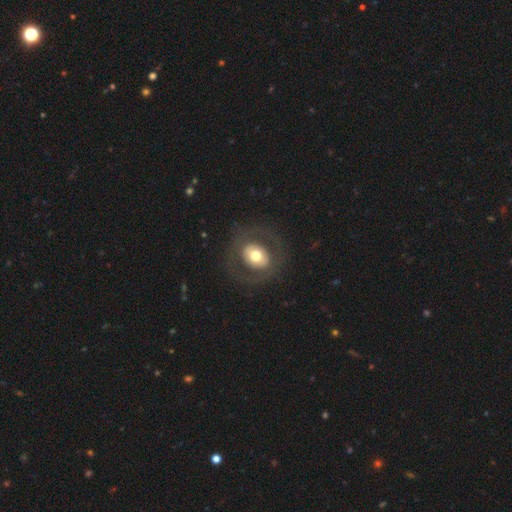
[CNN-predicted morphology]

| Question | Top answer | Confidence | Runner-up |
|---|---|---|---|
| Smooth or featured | smooth | 53% | featured or disk (40%) |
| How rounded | round | 69% | in between (30%) |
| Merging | none | 80% | minor disturbance (10%) |